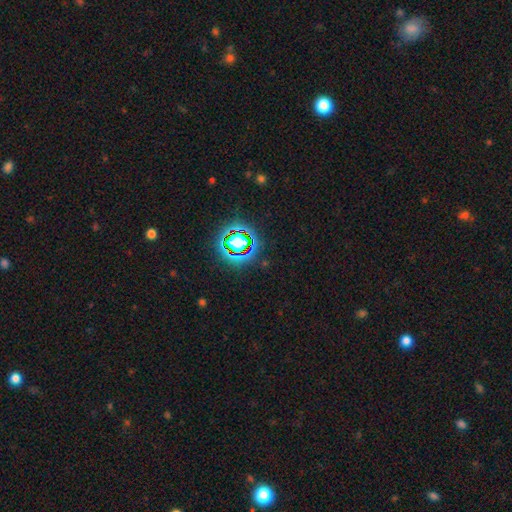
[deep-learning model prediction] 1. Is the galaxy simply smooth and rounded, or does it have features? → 80% star or artifact, 12% smooth, 8% featured or disk.